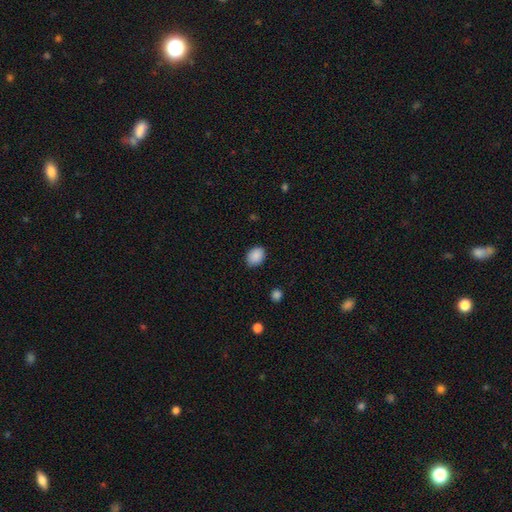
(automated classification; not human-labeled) This appears to be a smooth galaxy with no disk features (89%) that is in between round and cigar-shaped (67%). Merging: none (85%).